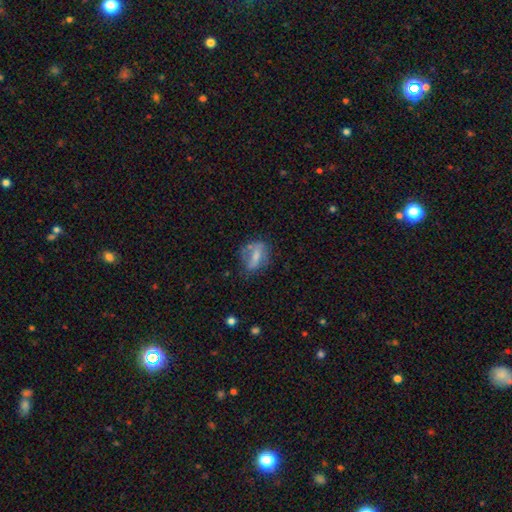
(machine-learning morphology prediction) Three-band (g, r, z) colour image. It shows a smooth galaxy with no disk features (50%). Merging: none (52%).